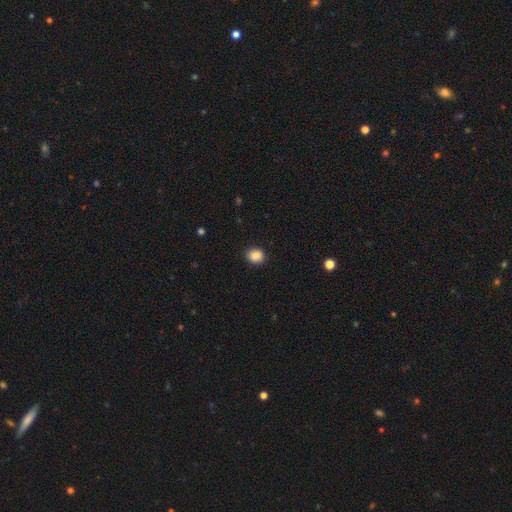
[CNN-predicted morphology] Smooth or featured? smooth (88%)
How rounded? round (65%)
Merging? none (88%)